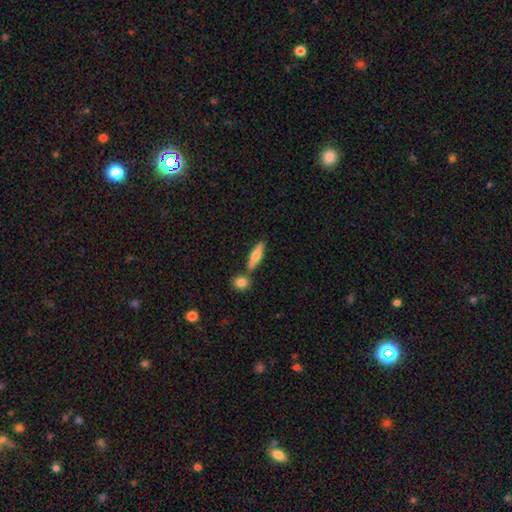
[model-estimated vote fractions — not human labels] The model was most divided on "smooth or featured": smooth: 59%, featured or disk: 35%, star or artifact: 6%. More confident: merging — none (70%); how rounded — cigar-shaped (67%).